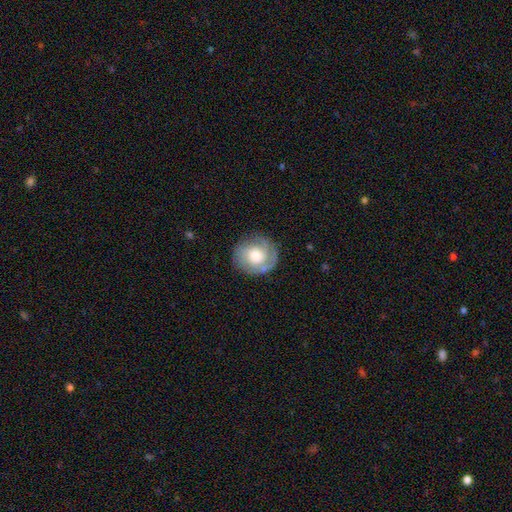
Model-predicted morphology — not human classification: smooth-or-featured: featured or disk: 58% | smooth: 35% | star or artifact: 7%
  disk-edge-on: no: 97% | yes: 3%
    bar: no: 79% | weak: 18% | strong: 3%
    has-spiral-arms: yes: 84% | no: 16%
    bulge-size: moderate: 53% | large: 31% | small: 11% | dominant: 3% | none: 2%
  merging: none: 79% | minor disturbance: 14% | major disturbance: 6% | merger: 1%